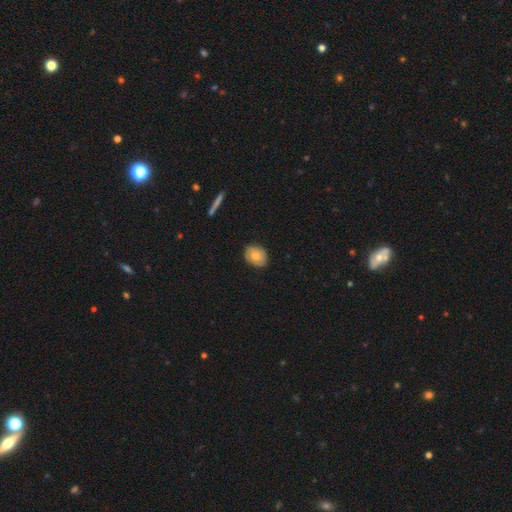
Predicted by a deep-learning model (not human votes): Smooth or featured: smooth — 67% (featured or disk — 26%)
How rounded: in between — 57% (round — 41%)
Merging: none — 83% (minor disturbance — 14%)